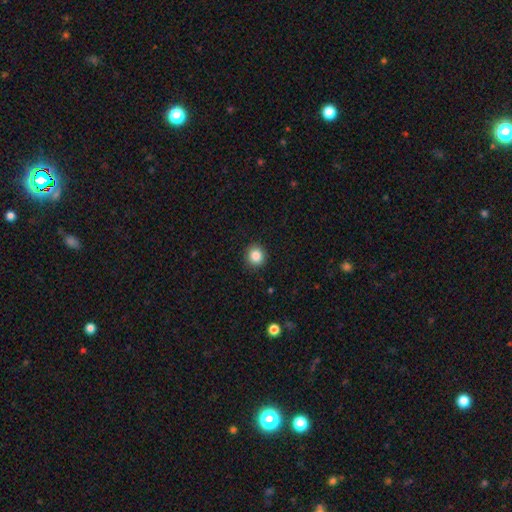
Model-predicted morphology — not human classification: smooth_or_featured: smooth (p=0.86) [alt: star or artifact p=0.10]
how_rounded: round (p=0.88) [alt: in between p=0.11]
merging: none (p=0.91) [alt: minor disturbance p=0.06]